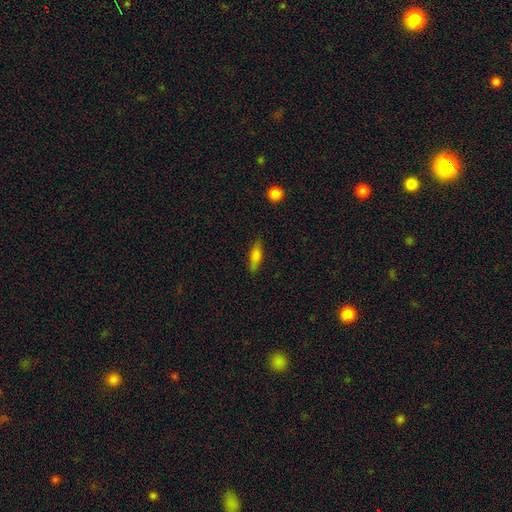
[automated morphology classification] This is likely a smooth galaxy (70%). How rounded: possibly cigar-shaped (51%). Merging: clearly none (83%).